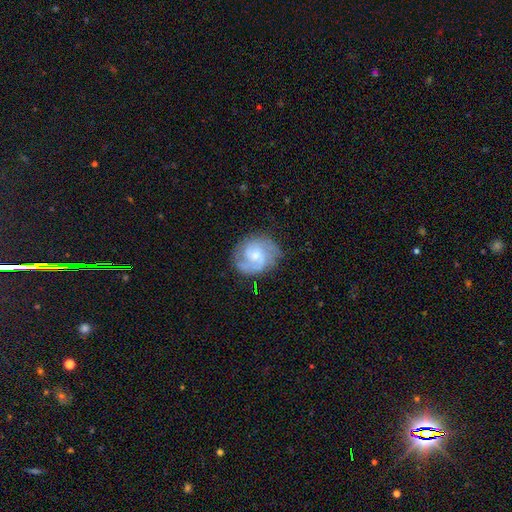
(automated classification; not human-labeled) This is likely a featured or disk galaxy (77%). It is clearly not viewed edge-on (98%). Bar: possibly no (56%). Spiral arm pattern: clearly yes (94%). Spiral arm count: possibly 2 (53%). Spiral winding: marginally medium (45%). Central bulge: possibly small (48%). Merging: likely none (74%).